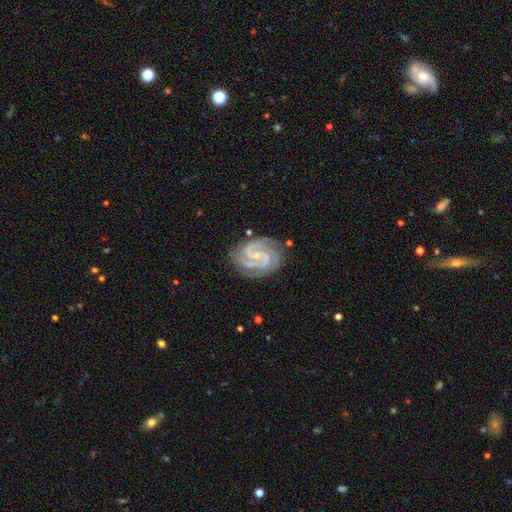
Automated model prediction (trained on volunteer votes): smooth-or-featured: featured or disk: 93% | star or artifact: 4% | smooth: 3%
  disk-edge-on: no: 98% | yes: 2%
    bar: weak: 42% | no: 40% | strong: 19%
    has-spiral-arms: yes: 99% | no: 1%
      spiral-winding: tight: 63% | medium: 34% | loose: 3%
      spiral-arm-count: 2: 64% | 3: 22% | can't tell: 4% | 4: 4% | more than 4: 3% | 1: 3%
    bulge-size: small: 76% | moderate: 13% | none: 9% | large: 1% | dominant: 1%
  merging: none: 79% | minor disturbance: 15% | major disturbance: 4% | merger: 2%